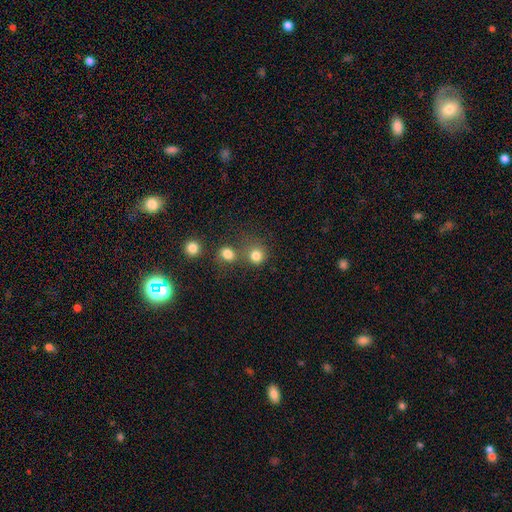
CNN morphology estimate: type=smooth (81%); roundness=round (86%); merging=none (59%).